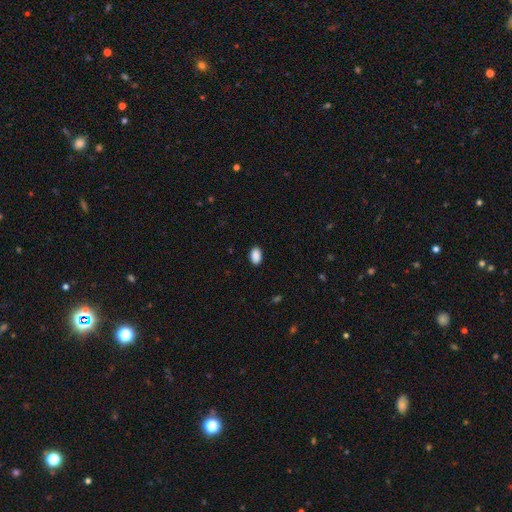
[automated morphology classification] Smooth or featured?
  - smooth: 90% *
  - star or artifact: 8%
  - featured or disk: 2%
How rounded?
  - in between: 91% *
  - round: 7%
  - cigar-shaped: 1%
Merging?
  - none: 89% *
  - minor disturbance: 8%
  - major disturbance: 2%
  - merger: 1%